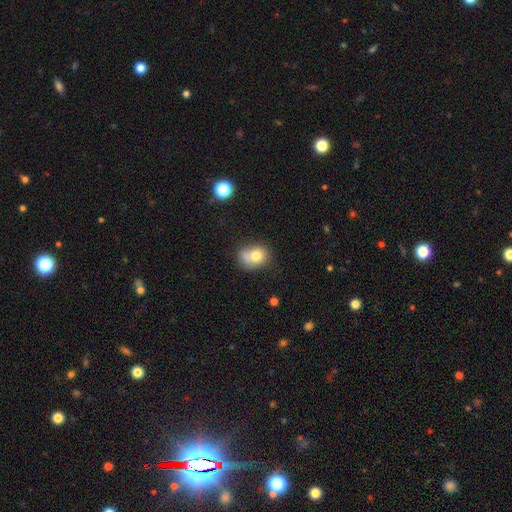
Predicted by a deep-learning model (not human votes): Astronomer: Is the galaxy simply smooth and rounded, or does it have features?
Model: smooth — 74%.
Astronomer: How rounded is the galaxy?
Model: round — 51% (runner-up: in between, 48%).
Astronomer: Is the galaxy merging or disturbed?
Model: none — 42% (runner-up: minor disturbance, 24%).